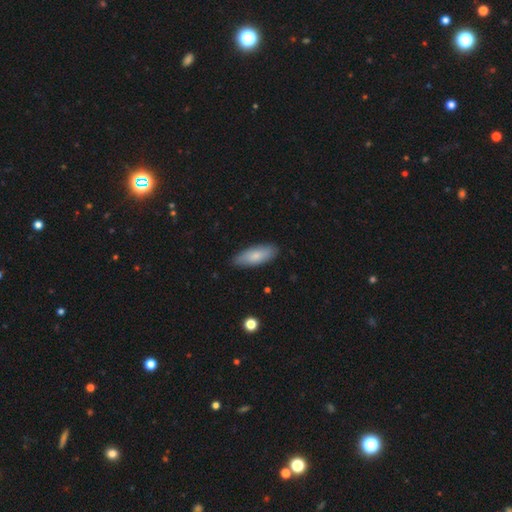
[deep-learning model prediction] This appears to be a smooth galaxy with no disk features (78%) that is in between round and cigar-shaped (73%). Merging: none (84%).